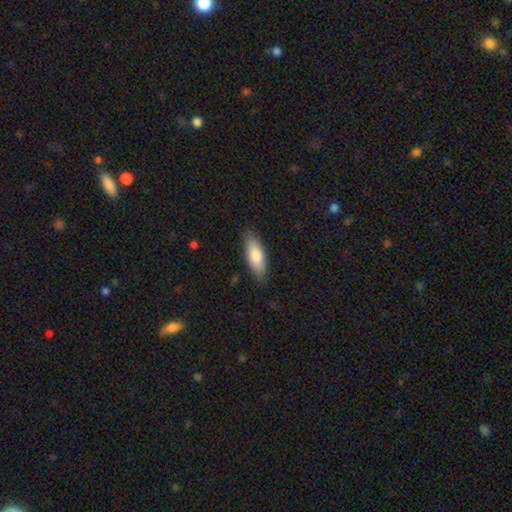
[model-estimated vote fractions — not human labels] Smooth or featured? Predicted: smooth (p=0.78). How rounded? Predicted: in between (p=0.66). Merging? Predicted: none (p=0.85).